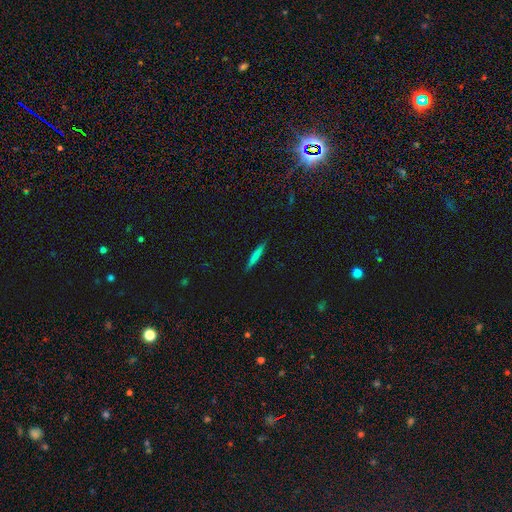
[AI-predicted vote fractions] A smooth galaxy with no disk features (71%) that is cigar-shaped (95%).

Vote fractions:
- Smooth or featured? smooth: 71% / featured or disk: 22% / star or artifact: 6%
- How rounded? cigar-shaped: 95% / in between: 4% / round: 1%
- Merging? none: 89% / minor disturbance: 8% / major disturbance: 2% / merger: 1%